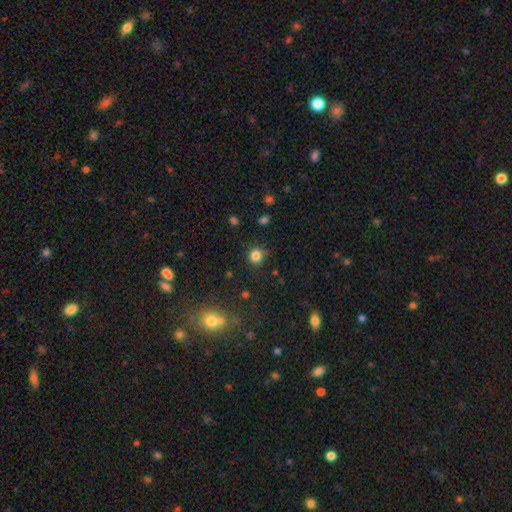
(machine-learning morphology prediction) Smooth or featured? Predicted: smooth (p=0.82). How rounded? Predicted: round (p=0.90). Merging? Predicted: none (p=0.85).